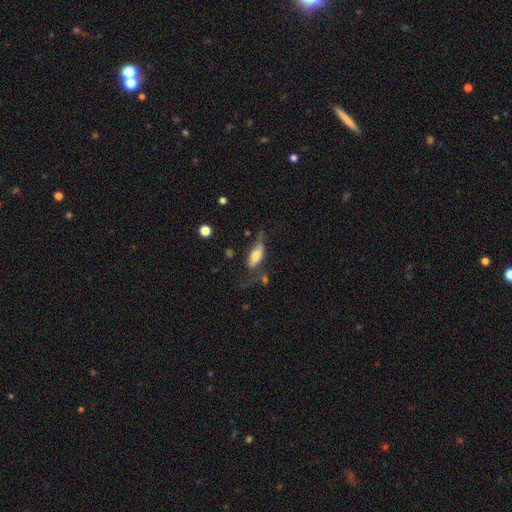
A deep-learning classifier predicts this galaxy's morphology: This appears to be a smooth galaxy with no disk features (61%) that is in between round and cigar-shaped (80%). Merging: none (33%).